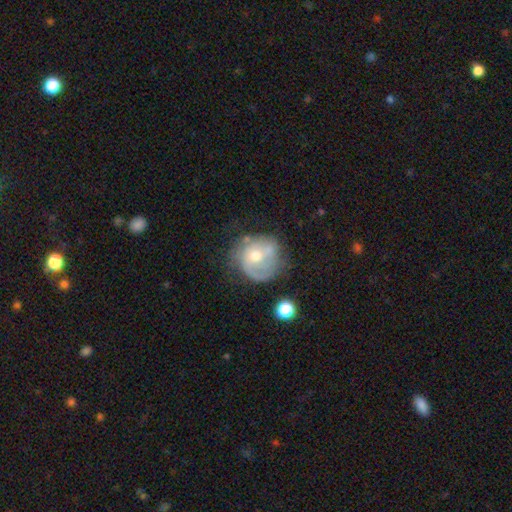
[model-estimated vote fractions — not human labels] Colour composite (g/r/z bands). It shows a featured or disk galaxy (56%) with no bar (74%), spiral arms (64%) and a moderate central bulge (61%). Merging: none (44%).